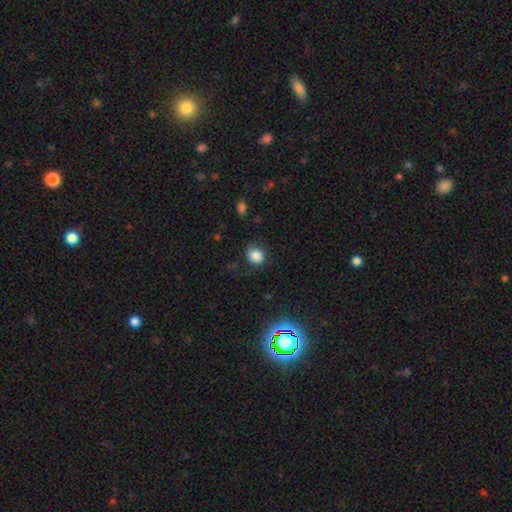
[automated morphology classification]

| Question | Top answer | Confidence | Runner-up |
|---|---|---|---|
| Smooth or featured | smooth | 83% | star or artifact (11%) |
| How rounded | round | 66% | in between (33%) |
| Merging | none | 71% | minor disturbance (21%) |